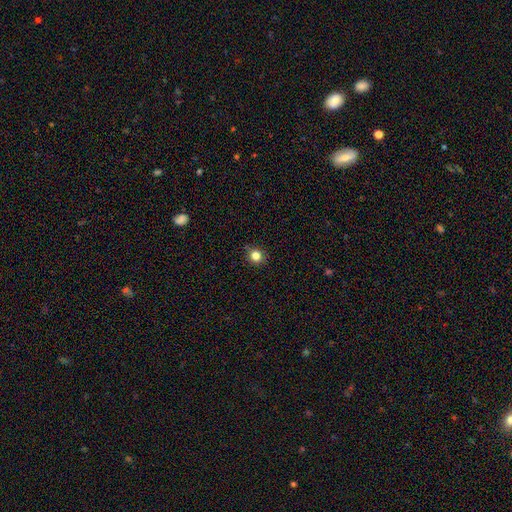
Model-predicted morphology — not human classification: Smooth or featured? smooth (82%)
How rounded? round (86%)
Merging? none (87%)